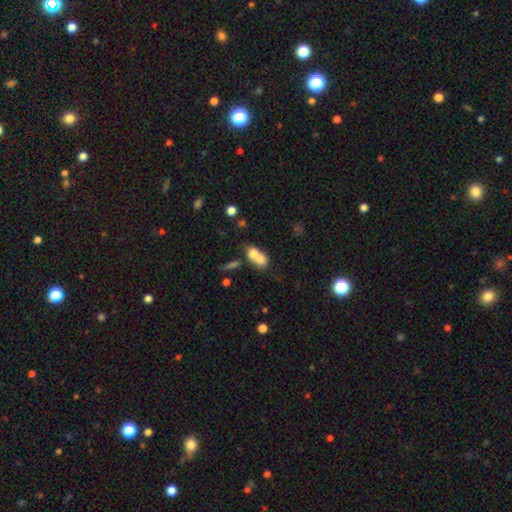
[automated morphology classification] The model was most divided on "how rounded": in between: 62%, round: 34%, cigar-shaped: 4%. More confident: merging — merger (72%); smooth or featured — smooth (70%).